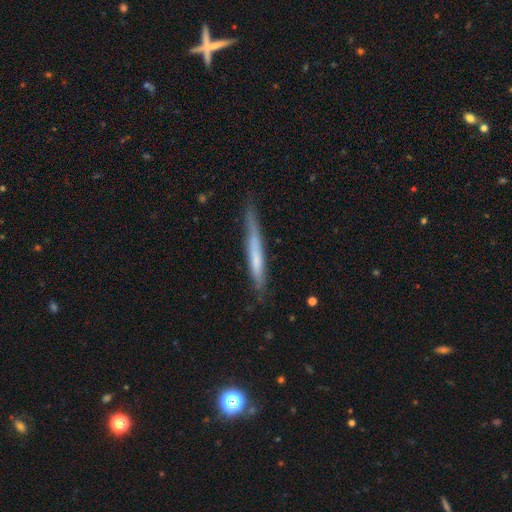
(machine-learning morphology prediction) Q: Smooth or featured?
A: smooth (52%); runner-up: featured or disk (42%)
Q: How rounded?
A: cigar-shaped (96%); runner-up: in between (3%)
Q: Merging?
A: none (77%); runner-up: minor disturbance (18%)